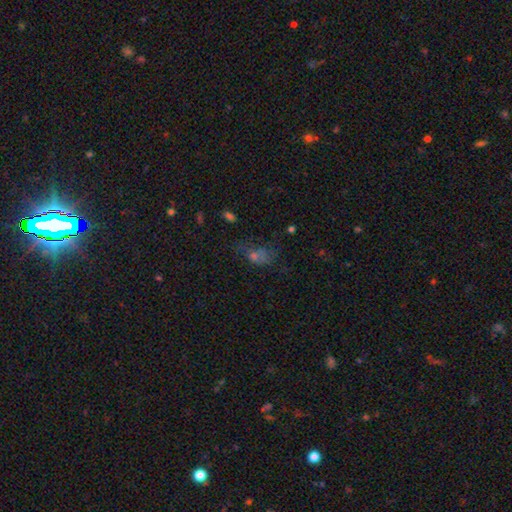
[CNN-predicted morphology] Smooth or featured? smooth (43%)
Merging? none (44%)